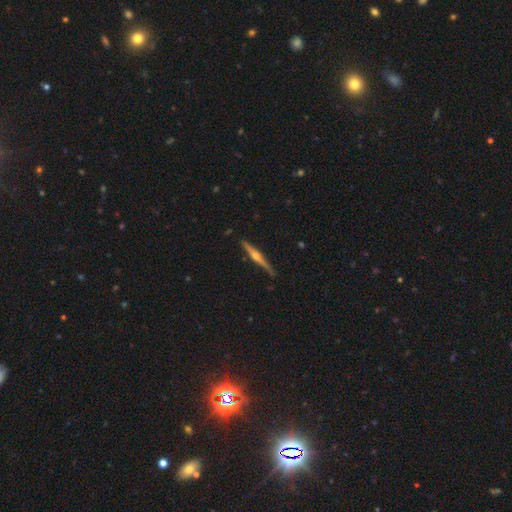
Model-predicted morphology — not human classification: Smooth or featured? Predicted: featured or disk (p=0.79). Edge-on disk? Predicted: yes (p=0.98). Edge-on bulge? Predicted: rounded (p=0.92). Merging? Predicted: none (p=0.88).